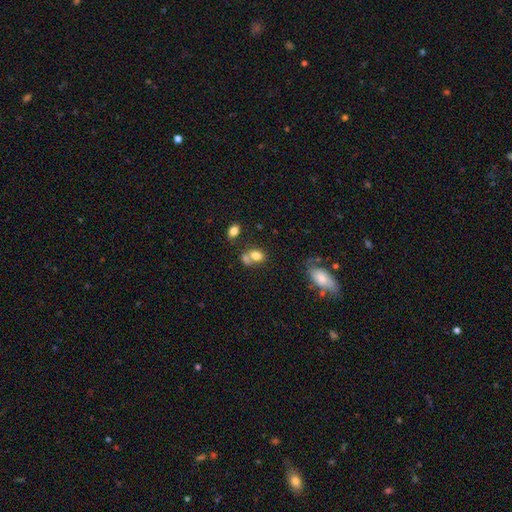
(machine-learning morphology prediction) This is likely a smooth galaxy (77%). How rounded: likely in between (65%). Merging: marginally merger (45%).